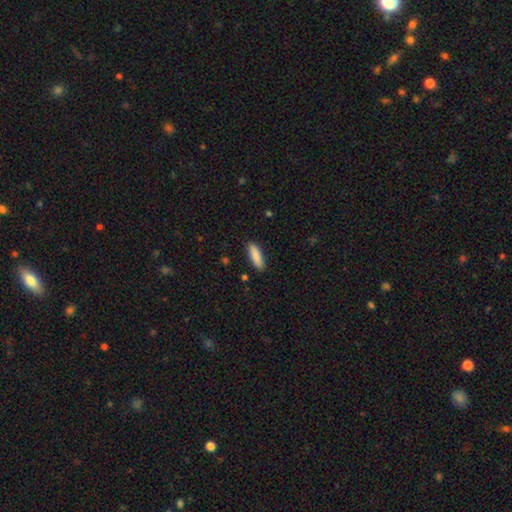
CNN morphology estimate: A smooth galaxy with no disk features (87%) that is cigar-shaped (52%).

Vote fractions:
- Smooth or featured? smooth: 87% / featured or disk: 7% / star or artifact: 6%
- How rounded? cigar-shaped: 52% / in between: 46% / round: 2%
- Merging? none: 88% / minor disturbance: 9% / major disturbance: 2% / merger: 1%